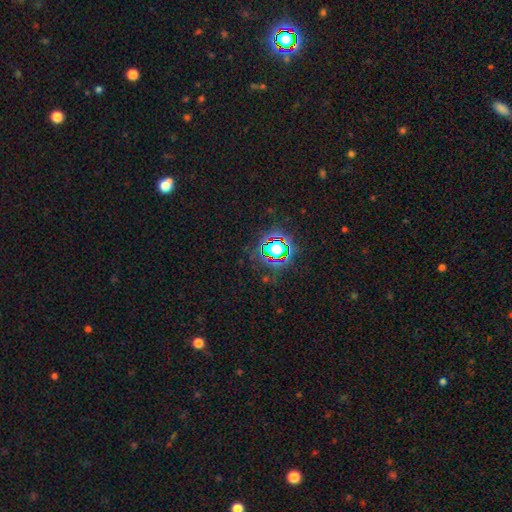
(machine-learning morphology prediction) A star or artifact, not a galaxy (81%).

Vote fractions:
- Smooth or featured? star or artifact: 81% / smooth: 12% / featured or disk: 7%